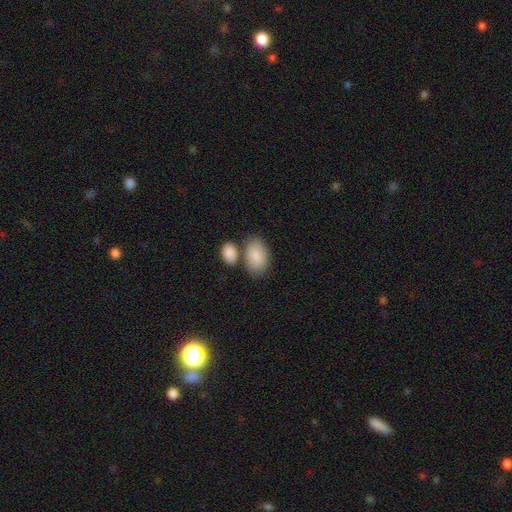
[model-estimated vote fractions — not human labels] Smooth or featured? Predicted: smooth (p=0.86). How rounded? Predicted: in between (p=0.92). Merging? Predicted: none (p=0.60).